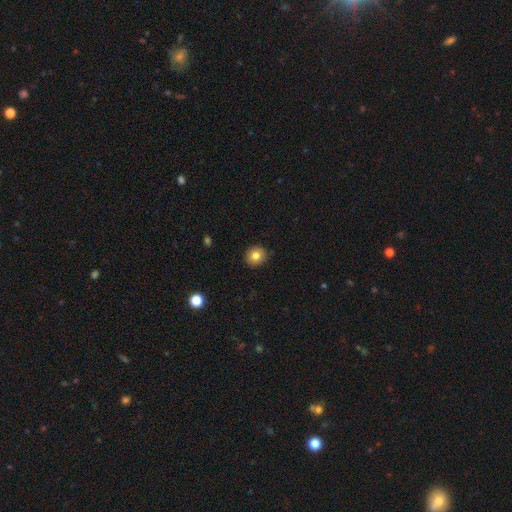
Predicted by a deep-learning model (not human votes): Q: Smooth or featured?
A: smooth (81%); runner-up: star or artifact (10%)
Q: How rounded?
A: round (84%); runner-up: in between (15%)
Q: Merging?
A: none (91%); runner-up: minor disturbance (7%)